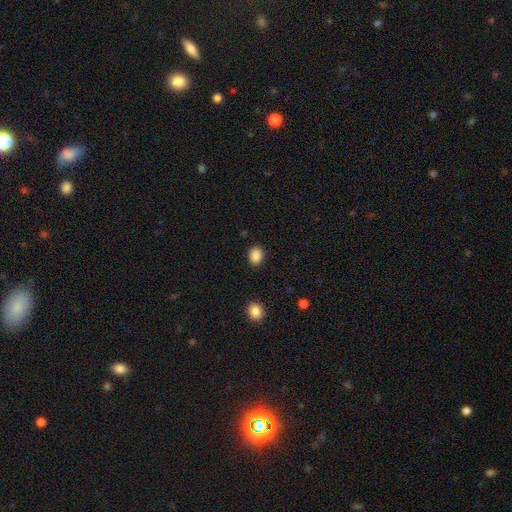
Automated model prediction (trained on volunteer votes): Smooth or featured? Predicted: smooth (p=0.88). How rounded? Predicted: in between (p=0.53). Merging? Predicted: none (p=0.87).